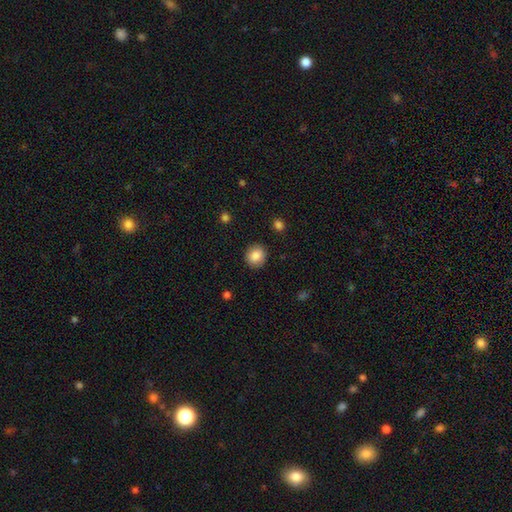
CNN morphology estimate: Smooth or featured?
  - smooth: 87% *
  - star or artifact: 9%
  - featured or disk: 5%
How rounded?
  - round: 83% *
  - in between: 16%
  - cigar-shaped: 1%
Merging?
  - none: 90% *
  - minor disturbance: 7%
  - major disturbance: 2%
  - merger: 1%